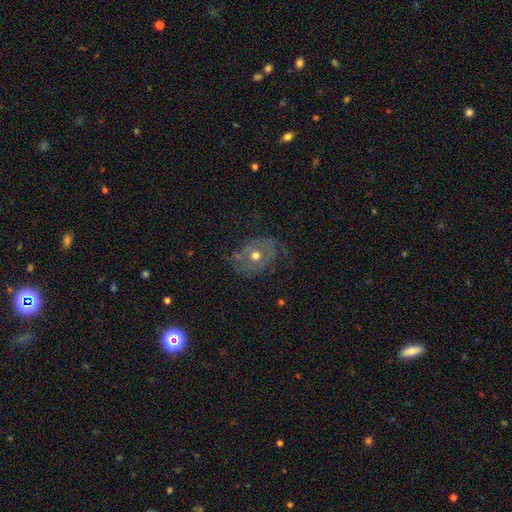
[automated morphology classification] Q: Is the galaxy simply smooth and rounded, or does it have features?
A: featured or disk — 58%.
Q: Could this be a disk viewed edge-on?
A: no — 95%.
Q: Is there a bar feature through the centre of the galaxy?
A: no — 86%.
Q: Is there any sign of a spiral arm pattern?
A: no — 62%.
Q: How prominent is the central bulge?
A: moderate — 81%.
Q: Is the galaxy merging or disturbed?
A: none — 55%.